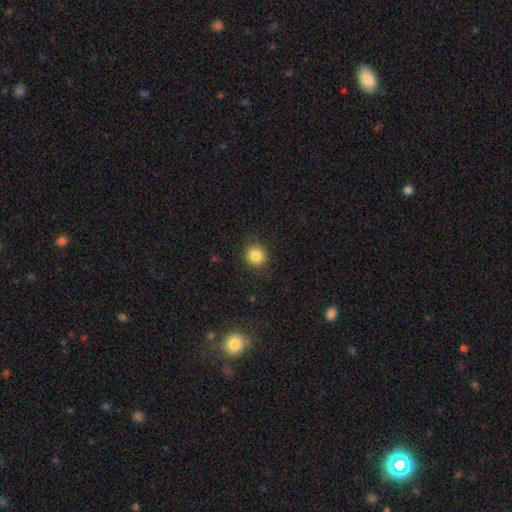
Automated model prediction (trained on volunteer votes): Smooth or featured: smooth — 85% (star or artifact — 10%)
How rounded: round — 88% (in between — 11%)
Merging: none — 88% (minor disturbance — 8%)